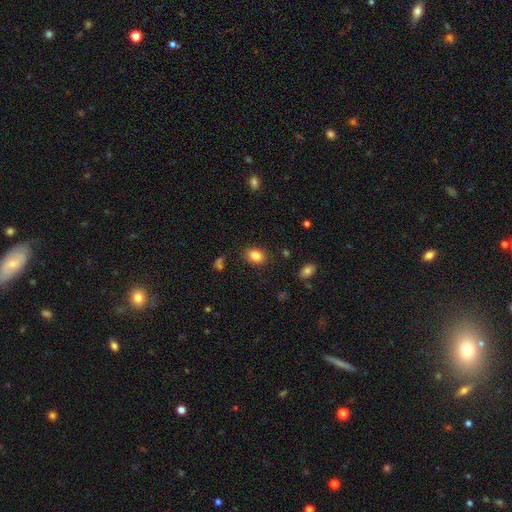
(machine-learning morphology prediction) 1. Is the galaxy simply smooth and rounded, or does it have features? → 85% smooth, 10% star or artifact, 6% featured or disk.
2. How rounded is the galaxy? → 68% in between, 31% round, 1% cigar-shaped.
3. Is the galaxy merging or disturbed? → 85% none, 10% minor disturbance, 3% major disturbance, 2% merger.